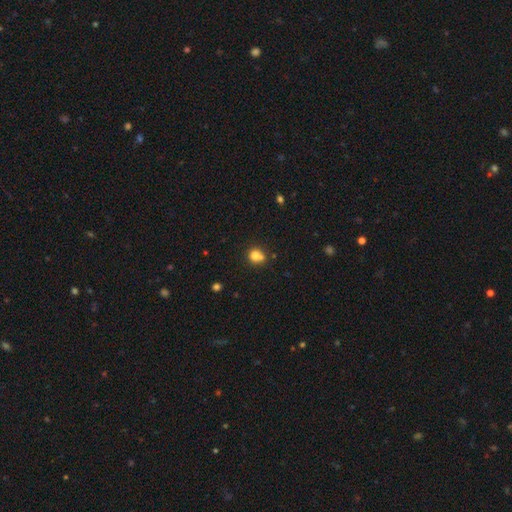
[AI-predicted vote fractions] Smooth or featured? smooth (77%)
How rounded? round (81%)
Merging? none (49%)